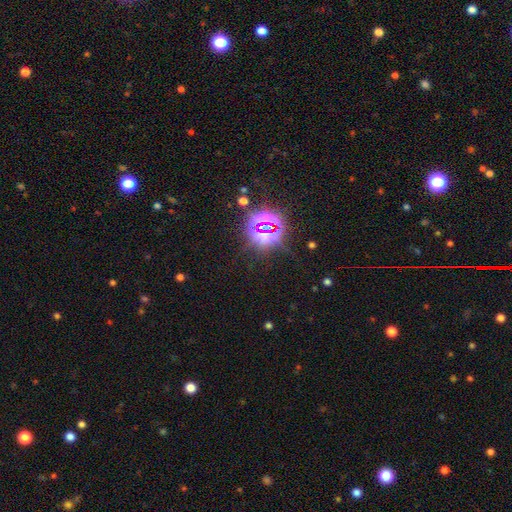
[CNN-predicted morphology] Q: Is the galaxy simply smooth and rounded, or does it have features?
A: star or artifact — 84%.